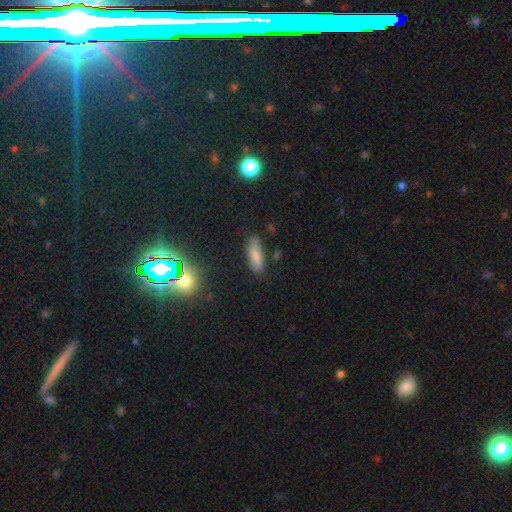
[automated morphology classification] smooth 81%, star or artifact 10%, featured or disk 9%. Down the decision tree: how rounded — in between (65%); merging — none (78%).